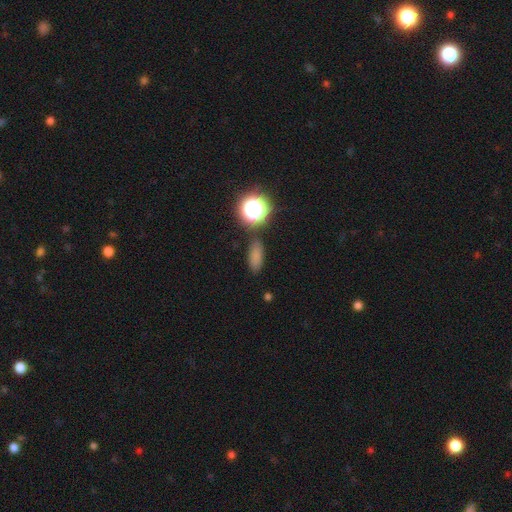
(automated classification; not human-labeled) Smooth or featured?
  - smooth: 74% *
  - star or artifact: 18%
  - featured or disk: 8%
How rounded?
  - in between: 67% *
  - cigar-shaped: 21%
  - round: 12%
Merging?
  - none: 79% *
  - minor disturbance: 12%
  - merger: 4%
  - major disturbance: 4%